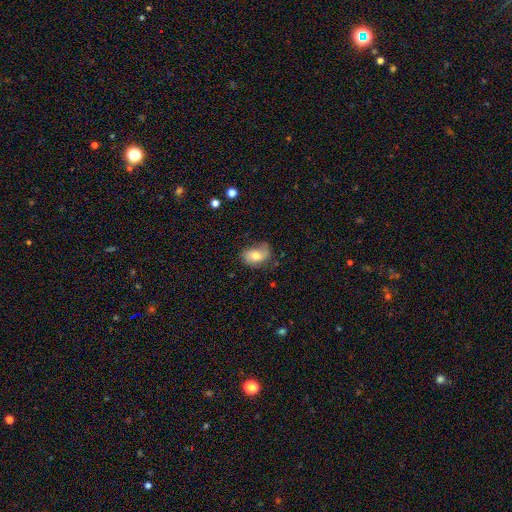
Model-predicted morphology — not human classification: smooth_or_featured: smooth (p=0.61) [alt: featured or disk p=0.30]
how_rounded: in between (p=0.81) [alt: round p=0.17]
merging: none (p=0.50) [alt: minor disturbance p=0.34]